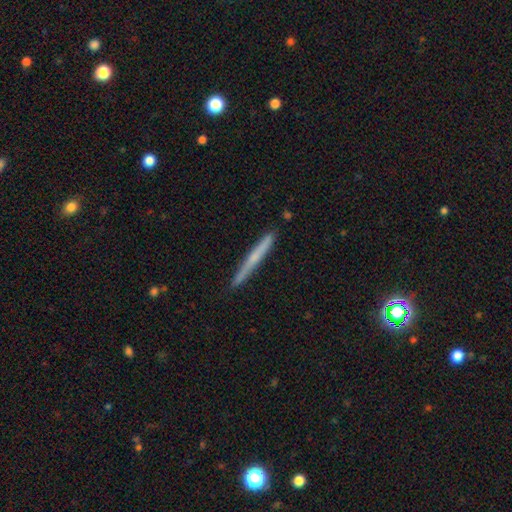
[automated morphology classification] type=featured or disk (48%); merging=none (89%).